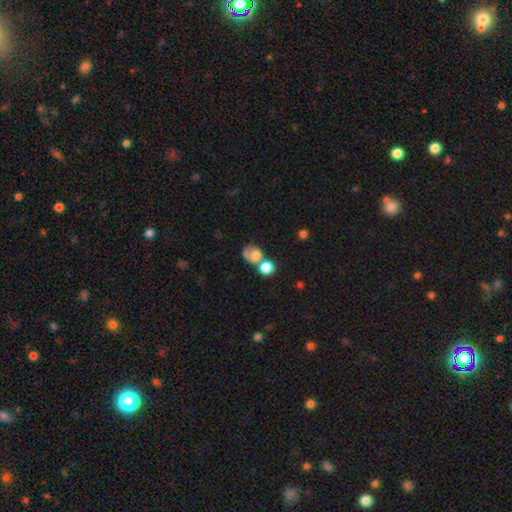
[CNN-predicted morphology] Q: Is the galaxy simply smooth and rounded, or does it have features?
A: smooth — 72%.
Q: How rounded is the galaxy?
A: round — 66%.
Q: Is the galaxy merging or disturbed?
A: merger — 42%.